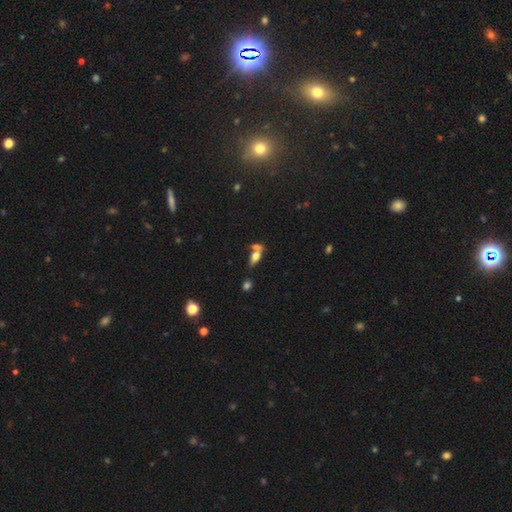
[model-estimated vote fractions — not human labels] smooth_or_featured: smooth (p=0.59) [alt: featured or disk p=0.29]
how_rounded: in between (p=0.71) [alt: cigar-shaped p=0.22]
merging: none (p=0.43) [alt: merger p=0.40]